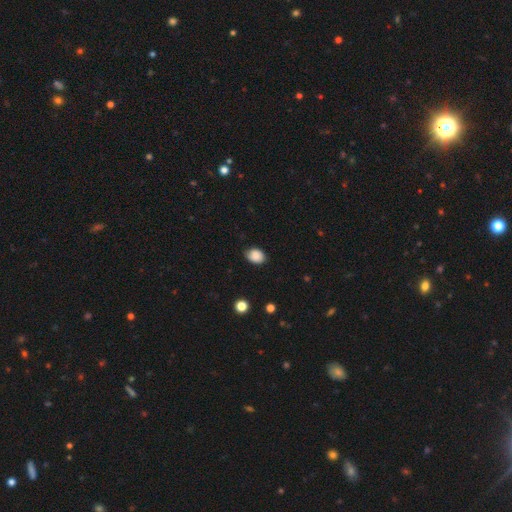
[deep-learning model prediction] Morphology: type=smooth (88%); roundness=in between (67%); merging=none (83%).